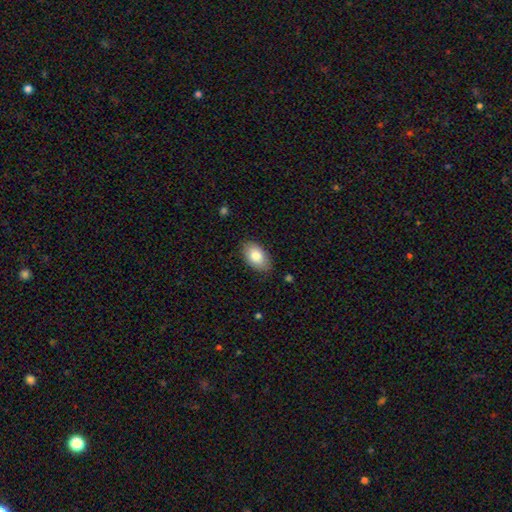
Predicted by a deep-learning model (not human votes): Smooth or featured? smooth (83%)
How rounded? in between (92%)
Merging? none (84%)